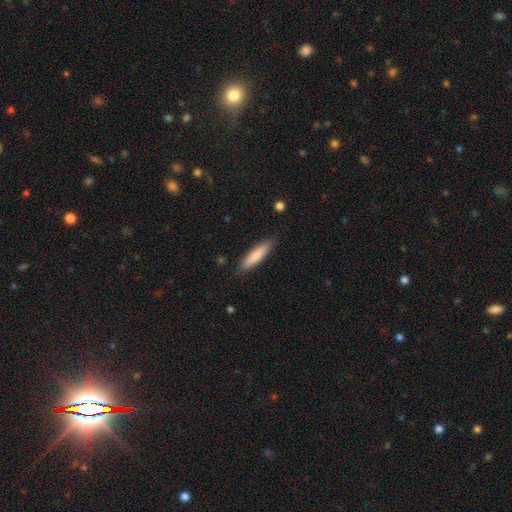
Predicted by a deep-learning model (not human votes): Smooth or featured? smooth (78%)
How rounded? cigar-shaped (75%)
Merging? none (86%)